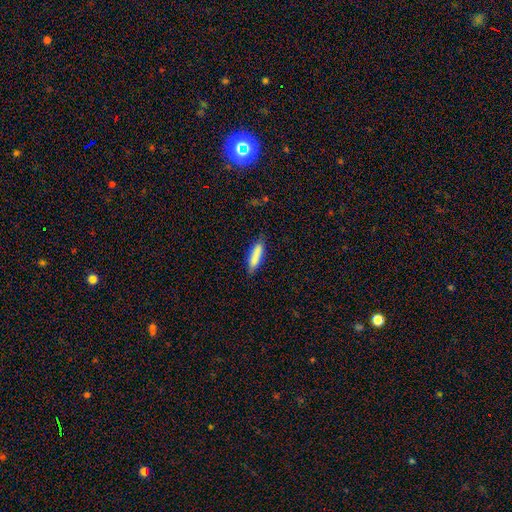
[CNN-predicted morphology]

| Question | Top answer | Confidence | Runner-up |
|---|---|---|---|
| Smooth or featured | smooth | 85% | featured or disk (8%) |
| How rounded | cigar-shaped | 66% | in between (32%) |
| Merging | none | 79% | minor disturbance (16%) |